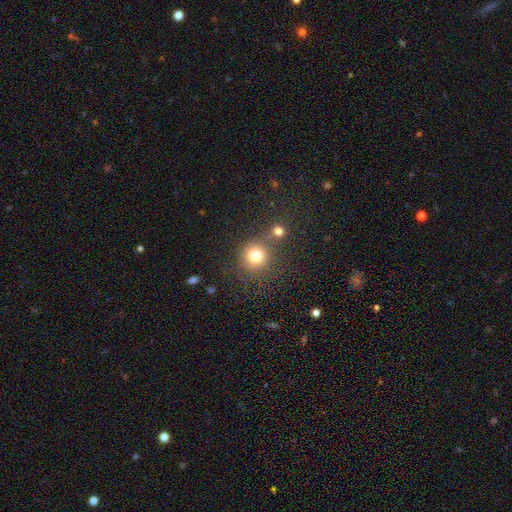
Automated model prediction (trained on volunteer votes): Smooth or featured? Predicted: smooth (p=0.78). How rounded? Predicted: round (p=0.91). Merging? Predicted: none (p=0.66).